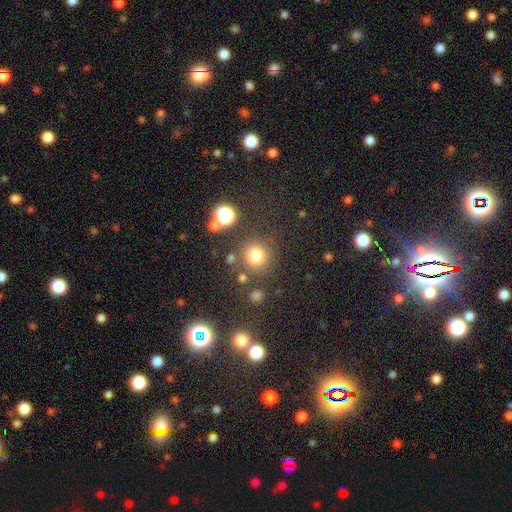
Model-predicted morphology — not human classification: Q: Smooth or featured?
A: smooth (76%); runner-up: star or artifact (17%)
Q: How rounded?
A: round (92%); runner-up: in between (7%)
Q: Merging?
A: none (80%); runner-up: minor disturbance (9%)